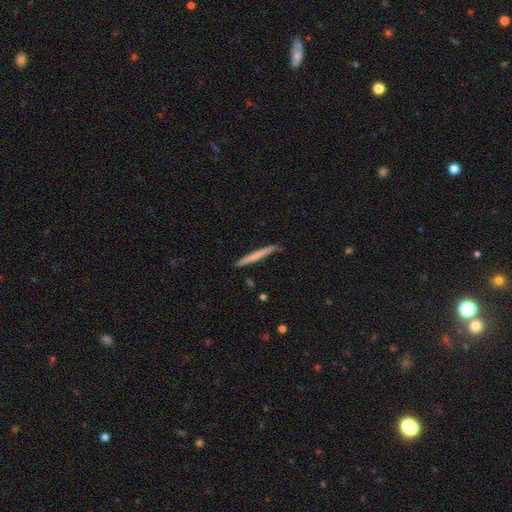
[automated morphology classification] This is likely a smooth galaxy (62%). How rounded: clearly cigar-shaped (97%). Merging: clearly none (90%).